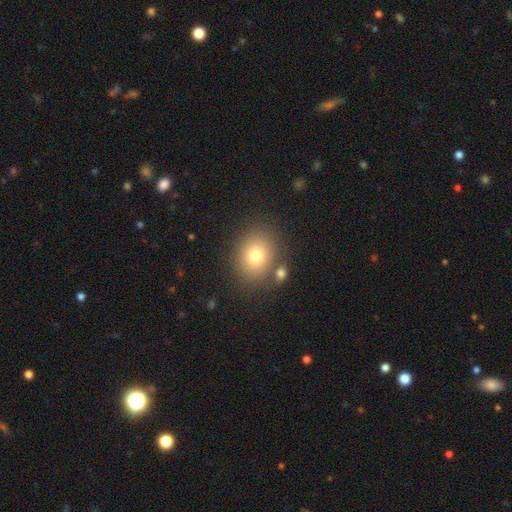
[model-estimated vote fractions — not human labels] Smooth or featured?
  - smooth: 76% *
  - star or artifact: 12%
  - featured or disk: 12%
How rounded?
  - round: 58% *
  - in between: 42%
  - cigar-shaped: 1%
Merging?
  - none: 77% *
  - minor disturbance: 10%
  - merger: 9%
  - major disturbance: 4%